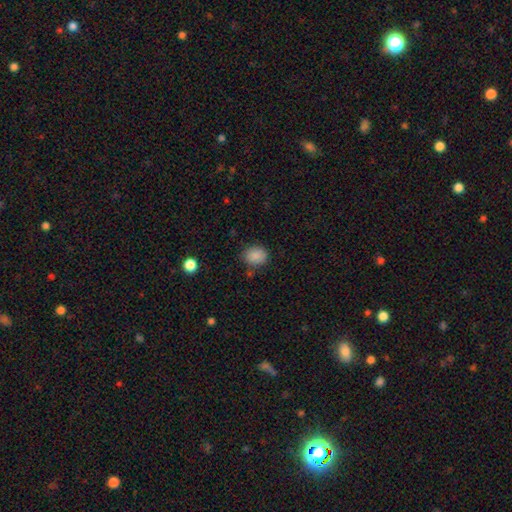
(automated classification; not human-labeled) This is clearly a smooth galaxy (87%). How rounded: possibly round (59%). Merging: likely none (79%).